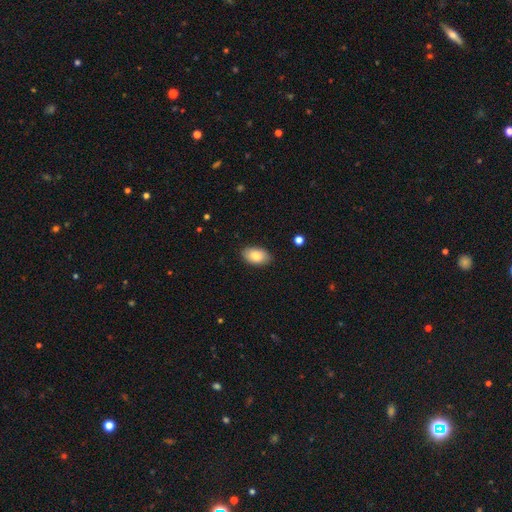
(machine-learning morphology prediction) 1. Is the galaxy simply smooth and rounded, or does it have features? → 84% smooth, 10% featured or disk, 7% star or artifact.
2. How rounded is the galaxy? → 93% in between, 6% round, 1% cigar-shaped.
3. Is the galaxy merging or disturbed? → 87% none, 10% minor disturbance, 2% major disturbance, 1% merger.